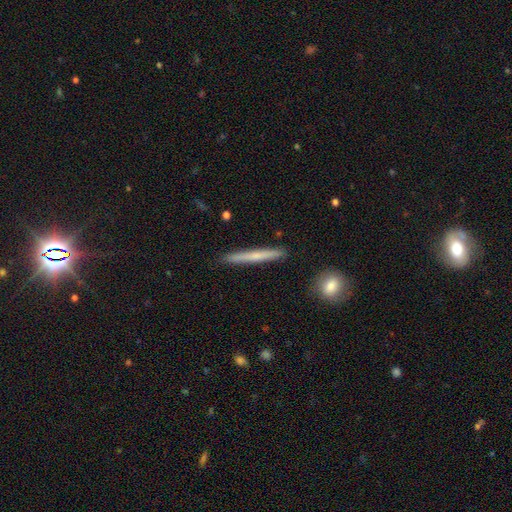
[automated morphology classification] smooth 55%, featured or disk 39%, star or artifact 6%. Down the decision tree: how rounded — cigar-shaped (96%); merging — none (91%).